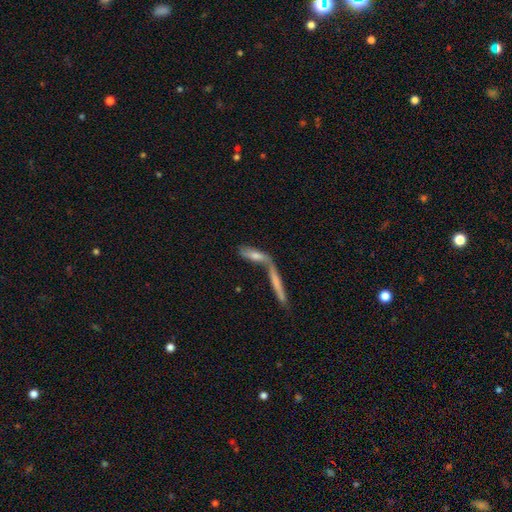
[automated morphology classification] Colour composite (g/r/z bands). It shows a featured or disk galaxy (44%). Merging: merger (46%).